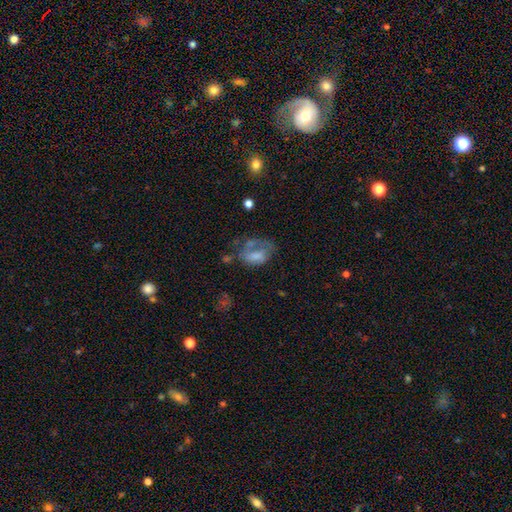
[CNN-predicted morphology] A smooth galaxy with no disk features (52%) that is in between round and cigar-shaped (80%).

Vote fractions:
- Smooth or featured? smooth: 52% / featured or disk: 37% / star or artifact: 11%
- How rounded? in between: 80% / round: 18% / cigar-shaped: 2%
- Merging? major disturbance: 38% / none: 29% / minor disturbance: 24% / merger: 9%